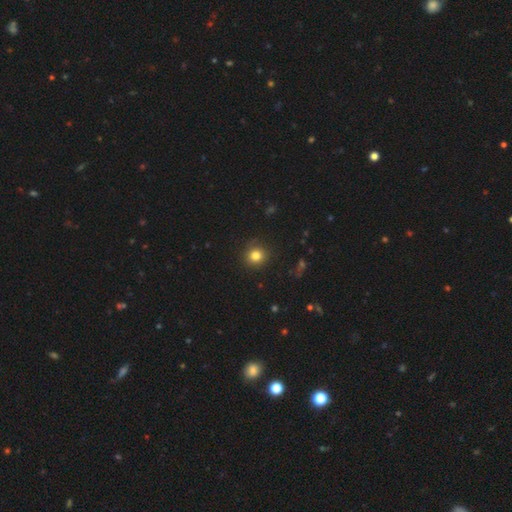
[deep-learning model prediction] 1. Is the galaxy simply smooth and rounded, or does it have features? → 81% smooth, 13% star or artifact, 6% featured or disk.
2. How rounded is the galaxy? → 92% round, 7% in between, 1% cigar-shaped.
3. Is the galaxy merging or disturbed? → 89% none, 7% minor disturbance, 2% major disturbance, 1% merger.